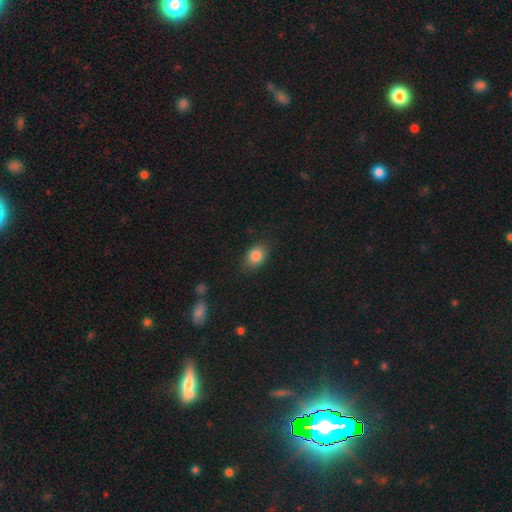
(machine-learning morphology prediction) This appears to be a smooth galaxy with no disk features (84%) that is in between round and cigar-shaped (68%). Merging: none (81%).